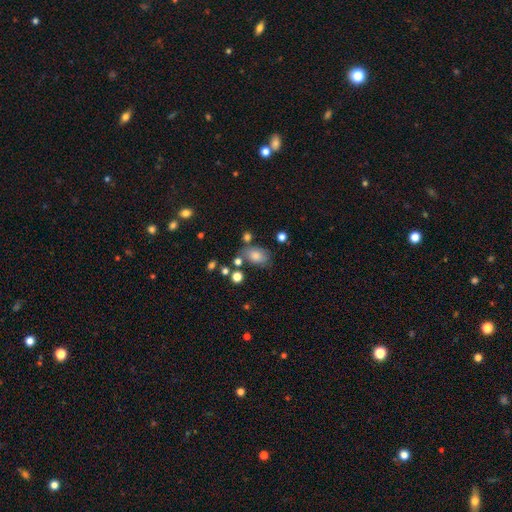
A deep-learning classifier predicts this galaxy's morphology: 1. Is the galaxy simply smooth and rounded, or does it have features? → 79% smooth, 11% star or artifact, 11% featured or disk.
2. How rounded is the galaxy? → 81% in between, 18% round, 1% cigar-shaped.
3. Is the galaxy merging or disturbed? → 61% none, 20% minor disturbance, 10% merger, 8% major disturbance.